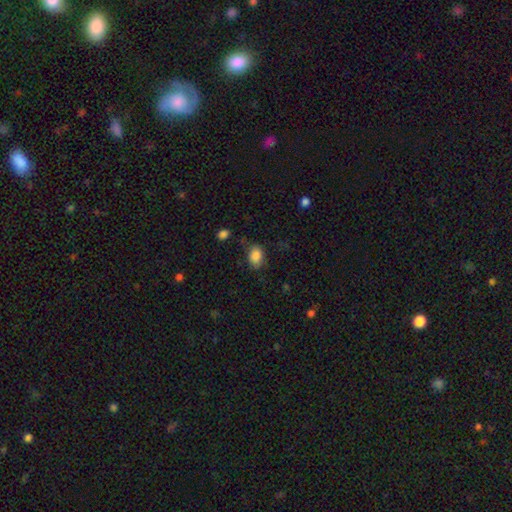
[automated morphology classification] smooth_or_featured: smooth (p=0.87) [alt: star or artifact p=0.08]
how_rounded: in between (p=0.77) [alt: round p=0.22]
merging: none (p=0.69) [alt: minor disturbance p=0.22]